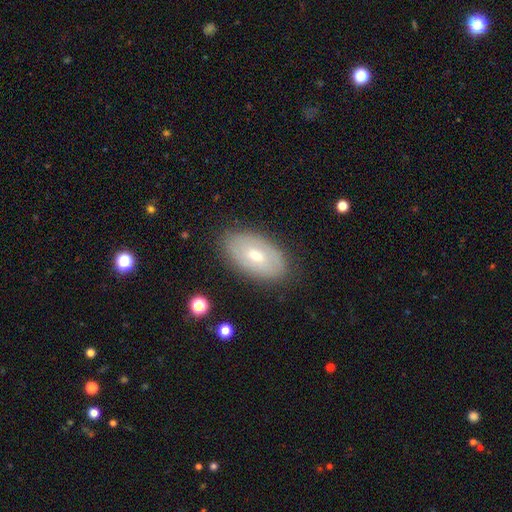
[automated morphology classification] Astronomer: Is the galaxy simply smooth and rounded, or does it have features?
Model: featured or disk — 49% (runner-up: smooth, 44%).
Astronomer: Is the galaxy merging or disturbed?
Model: none — 82%.